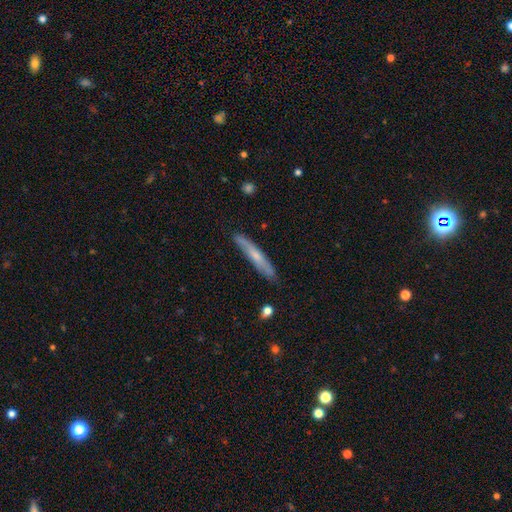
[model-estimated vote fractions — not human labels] A smooth galaxy with no disk features (53%) that is cigar-shaped (93%). Merging: none (84%).